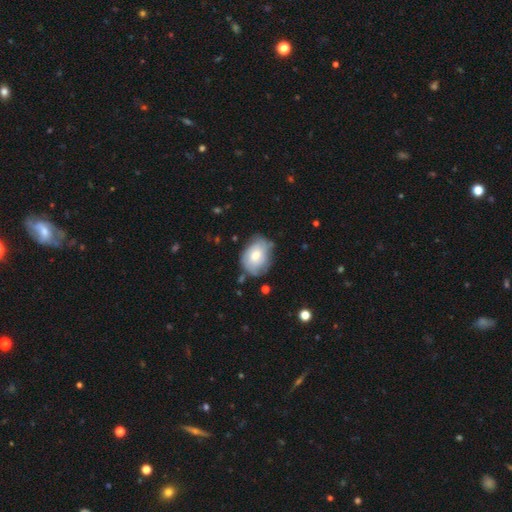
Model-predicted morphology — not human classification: Smooth or featured?
  - smooth: 60% *
  - featured or disk: 33%
  - star or artifact: 7%
How rounded?
  - in between: 65% *
  - round: 34%
  - cigar-shaped: 1%
Merging?
  - none: 60% *
  - minor disturbance: 28%
  - major disturbance: 8%
  - merger: 3%